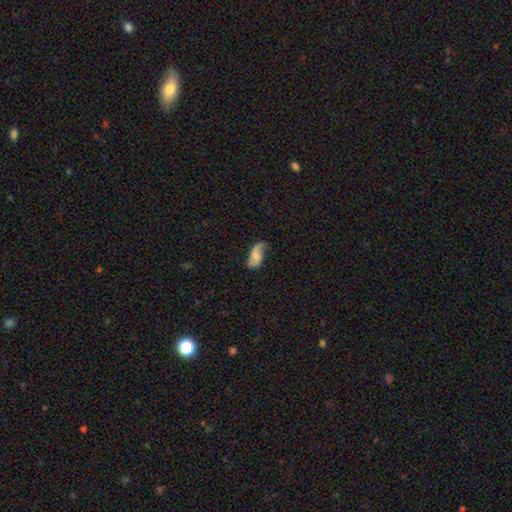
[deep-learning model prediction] featured or disk 56%, smooth 37%, star or artifact 7%. Down the decision tree: edge-on disk — no (95%); bar — no (61%); spiral arms — yes (91%); bulge size — small (40%, tied with moderate); merging — none (68%).